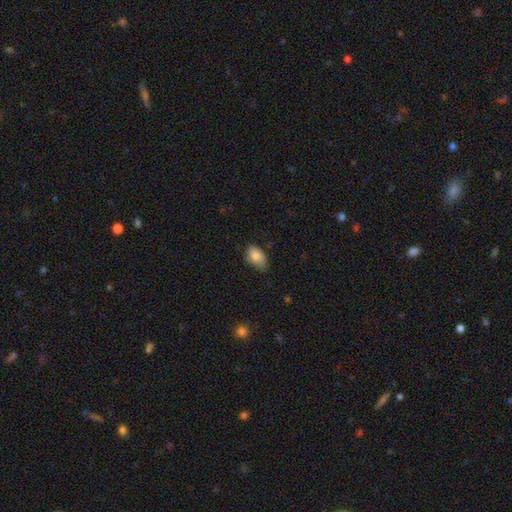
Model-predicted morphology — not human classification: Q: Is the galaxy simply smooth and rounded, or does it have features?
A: smooth — 83%.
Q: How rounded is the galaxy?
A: in between — 91%.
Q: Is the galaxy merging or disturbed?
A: none — 63%.